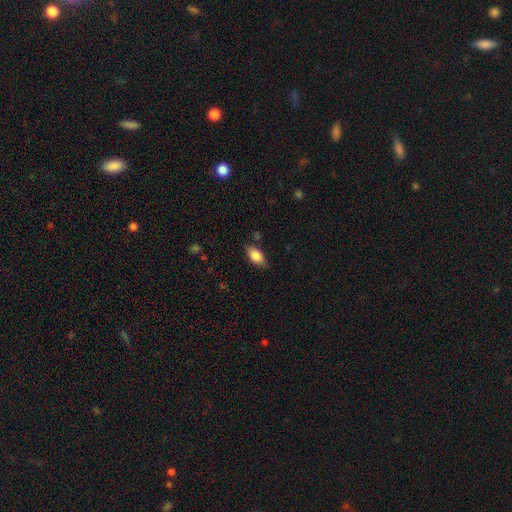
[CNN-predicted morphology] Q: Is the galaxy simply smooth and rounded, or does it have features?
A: smooth — 84%.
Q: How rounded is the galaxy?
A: in between — 91%.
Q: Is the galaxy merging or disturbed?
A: none — 78%.